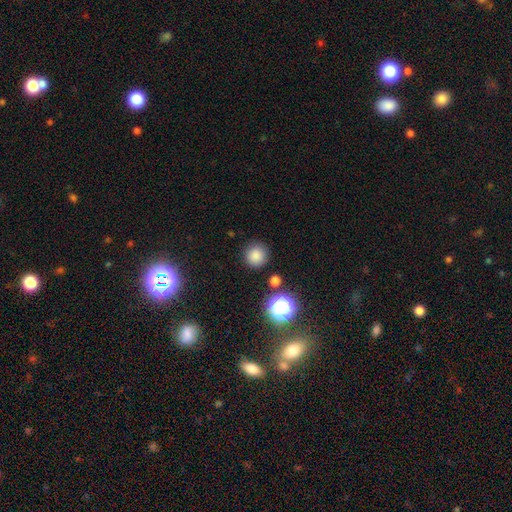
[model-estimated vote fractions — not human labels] A smooth galaxy with no disk features (81%) that is round (94%).

Vote fractions:
- Smooth or featured? smooth: 81% / star or artifact: 14% / featured or disk: 5%
- How rounded? round: 94% / in between: 5% / cigar-shaped: 1%
- Merging? none: 86% / minor disturbance: 7% / merger: 3% / major disturbance: 3%